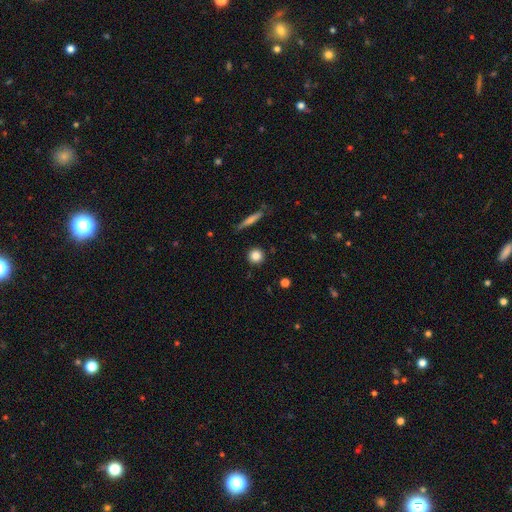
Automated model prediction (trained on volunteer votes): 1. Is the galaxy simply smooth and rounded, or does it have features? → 83% smooth, 9% star or artifact, 7% featured or disk.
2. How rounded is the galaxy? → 91% round, 6% in between, 2% cigar-shaped.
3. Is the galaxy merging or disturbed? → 89% none, 7% minor disturbance, 2% major disturbance, 2% merger.